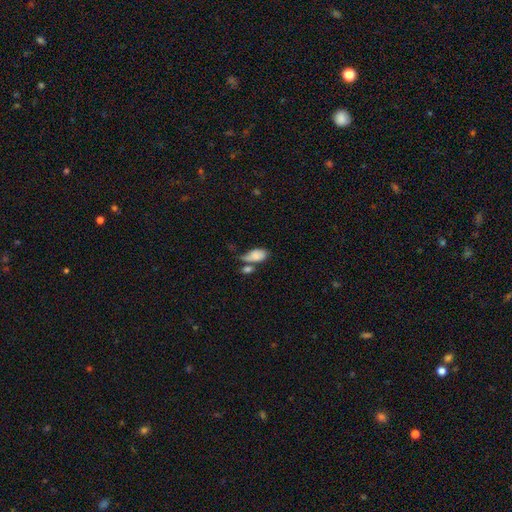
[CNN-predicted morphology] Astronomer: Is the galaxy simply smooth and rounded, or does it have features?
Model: smooth — 79%.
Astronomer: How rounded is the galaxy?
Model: in between — 91%.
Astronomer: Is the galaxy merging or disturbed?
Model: merger — 35% (runner-up: none, 28%).